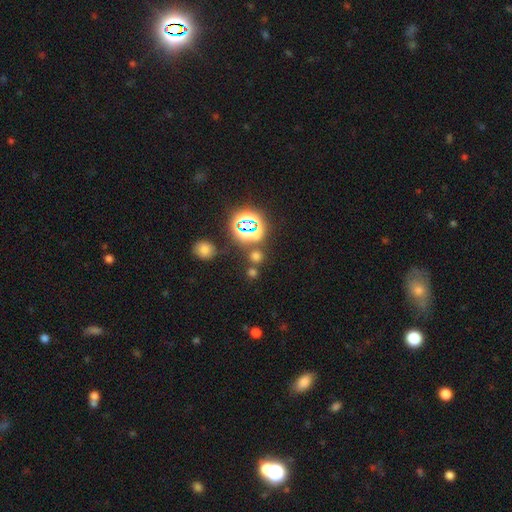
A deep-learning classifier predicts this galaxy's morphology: type=smooth (48%); merging=none (73%).